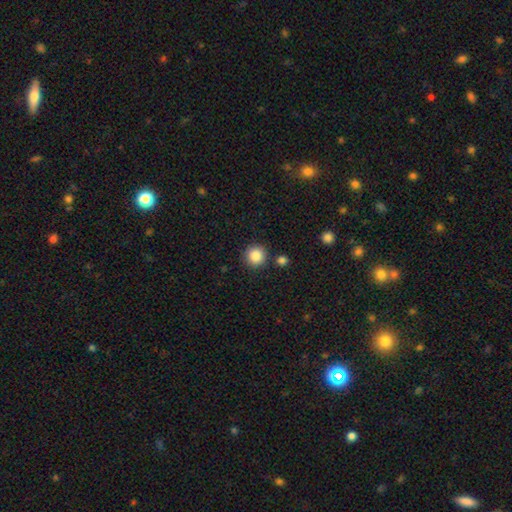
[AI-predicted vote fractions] smooth 87%, star or artifact 9%, featured or disk 4%. Down the decision tree: how rounded — round (94%); merging — none (86%).